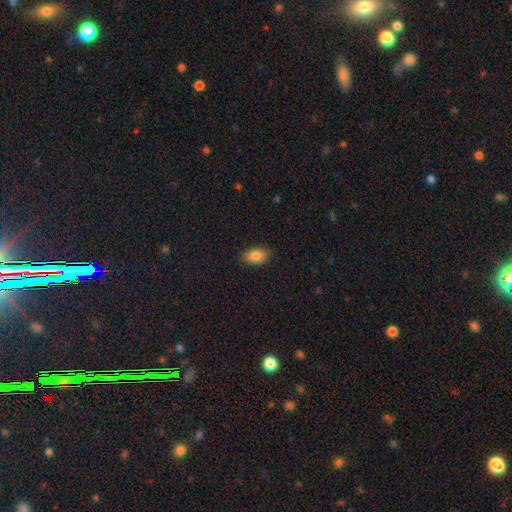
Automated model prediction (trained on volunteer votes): smooth_or_featured: smooth (p=0.84) [alt: featured or disk p=0.08]
how_rounded: in between (p=0.89) [alt: round p=0.09]
merging: none (p=0.87) [alt: minor disturbance p=0.10]